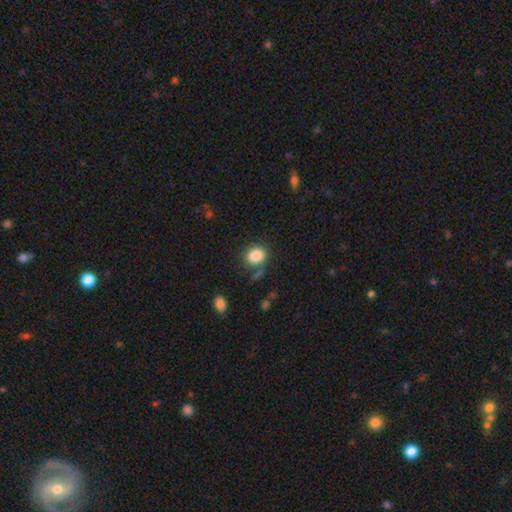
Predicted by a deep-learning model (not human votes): Overall: smooth (86%). How rounded: round (57%; in between 42%). Merging: none (75%).